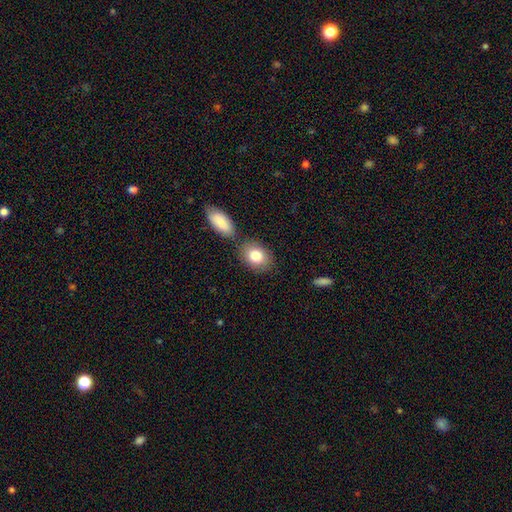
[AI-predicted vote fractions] A smooth galaxy with no disk features (82%) that is in between round and cigar-shaped (71%). Merging: none (69%).